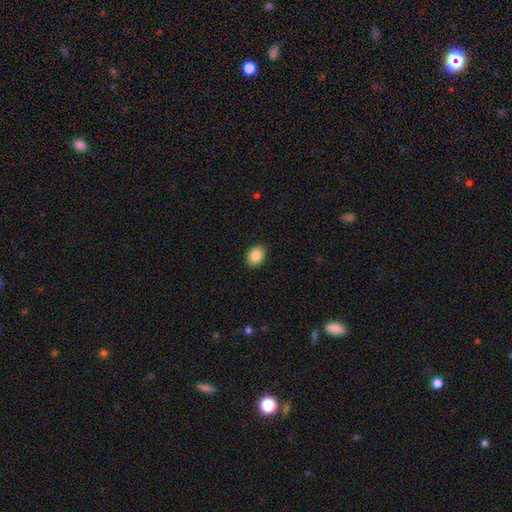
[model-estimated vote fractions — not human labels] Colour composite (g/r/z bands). It shows a smooth galaxy with no disk features (86%) that is in between round and cigar-shaped (69%). Merging: none (91%).